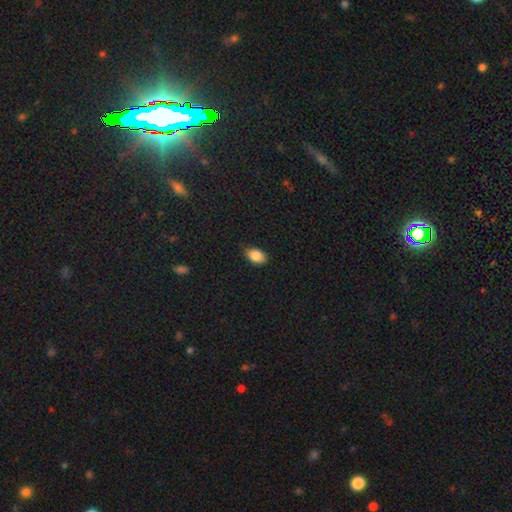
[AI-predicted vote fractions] The model was most divided on "merging": none: 82%, minor disturbance: 15%, major disturbance: 2%, merger: 1%. More confident: how rounded — in between (86%); smooth or featured — smooth (85%).